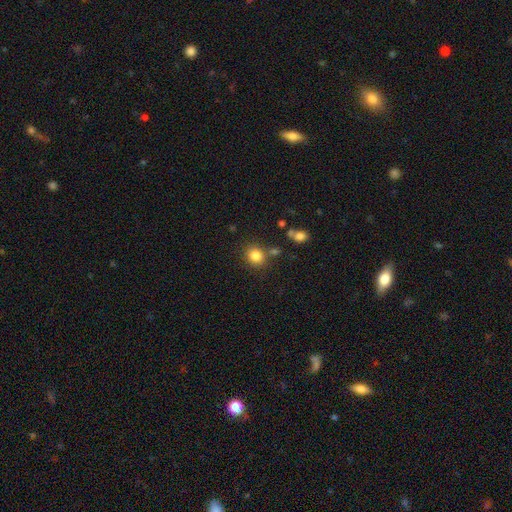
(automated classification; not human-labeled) Smooth or featured? Predicted: smooth (p=0.83). How rounded? Predicted: round (p=0.73). Merging? Predicted: none (p=0.77).